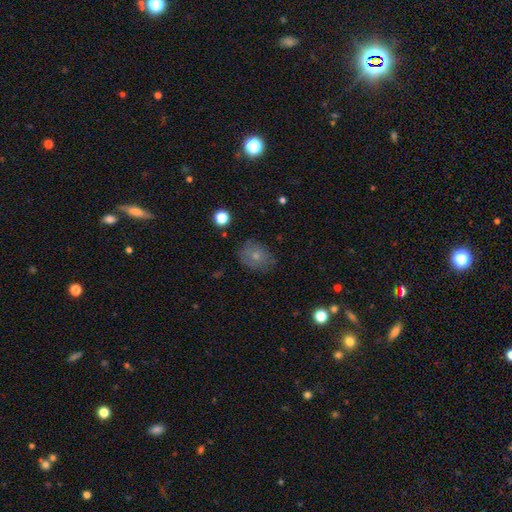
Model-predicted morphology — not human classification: Smooth or featured?
  - smooth: 66% *
  - featured or disk: 23%
  - star or artifact: 11%
How rounded?
  - in between: 51% *
  - round: 48%
  - cigar-shaped: 1%
Merging?
  - none: 73% *
  - minor disturbance: 20%
  - major disturbance: 6%
  - merger: 2%